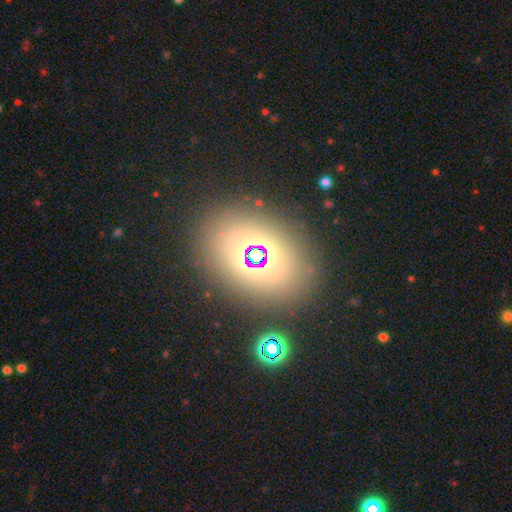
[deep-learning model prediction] A smooth galaxy with no disk features (42%).

Vote fractions:
- Smooth or featured? smooth: 42% / star or artifact: 38% / featured or disk: 20%
- Merging? none: 81% / minor disturbance: 10% / major disturbance: 5% / merger: 3%